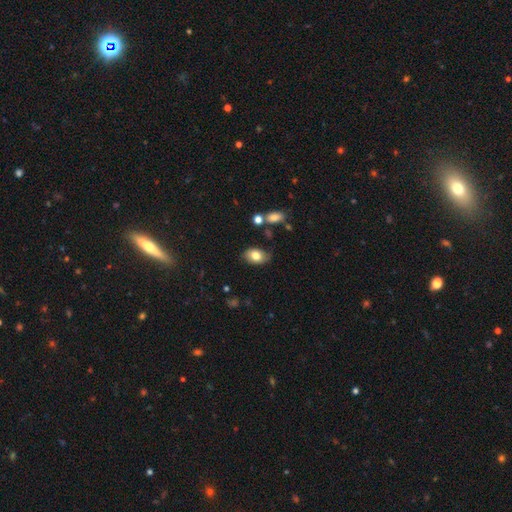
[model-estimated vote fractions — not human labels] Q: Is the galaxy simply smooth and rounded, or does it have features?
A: smooth — 78%.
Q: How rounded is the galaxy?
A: in between — 87%.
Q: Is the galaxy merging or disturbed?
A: none — 77%.